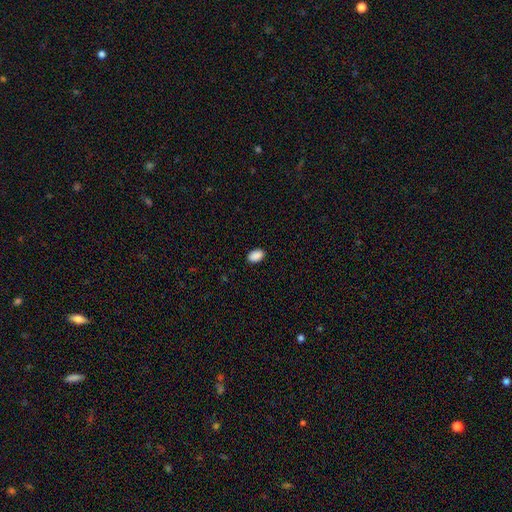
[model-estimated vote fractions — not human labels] The model was most divided on "how rounded": in between: 87%, round: 11%, cigar-shaped: 1%. More confident: smooth or featured — smooth (90%); merging — none (89%).